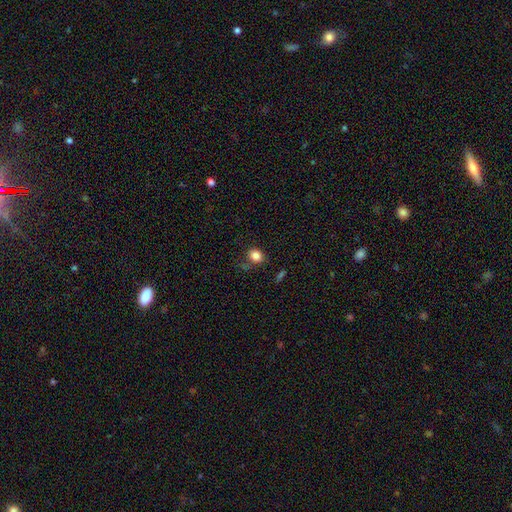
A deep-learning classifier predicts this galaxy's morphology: Smooth or featured? Predicted: smooth (p=0.83). How rounded? Predicted: round (p=0.64). Merging? Predicted: none (p=0.73).